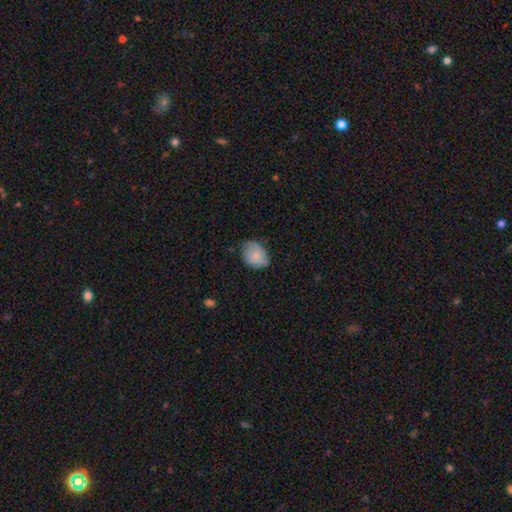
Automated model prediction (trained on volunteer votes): Overall: smooth (77%). How rounded: in between (63%; round 36%). Merging: none (57%; minor disturbance 34%).